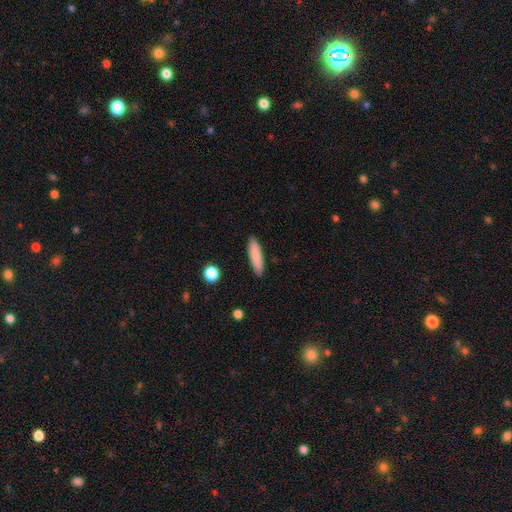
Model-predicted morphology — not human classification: Smooth or featured? smooth (85%)
How rounded? cigar-shaped (73%)
Merging? none (90%)